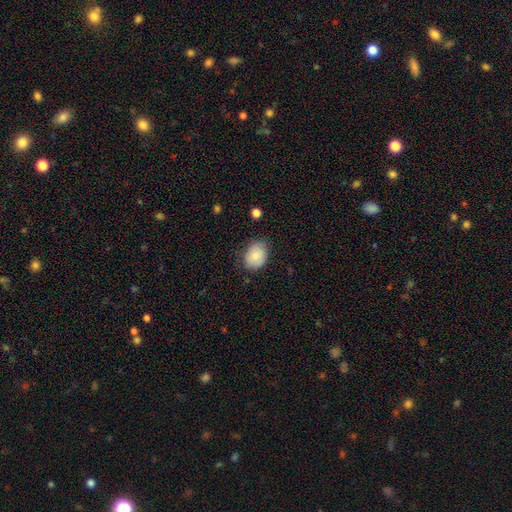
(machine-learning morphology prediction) Smooth or featured? Predicted: smooth (p=0.83). How rounded? Predicted: in between (p=0.62). Merging? Predicted: none (p=0.72).